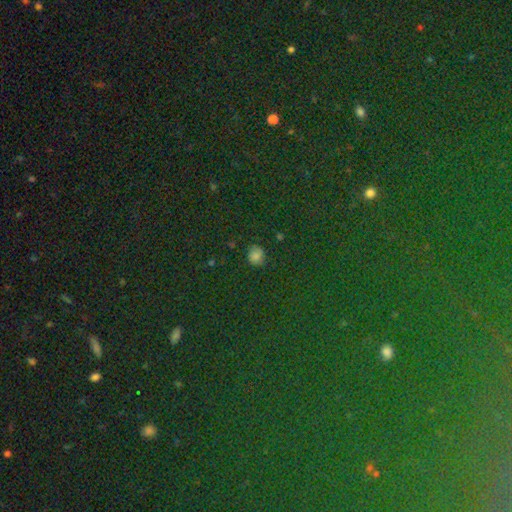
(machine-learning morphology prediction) This appears to be a smooth galaxy with no disk features (74%) that is round (77%). Merging: none (83%).